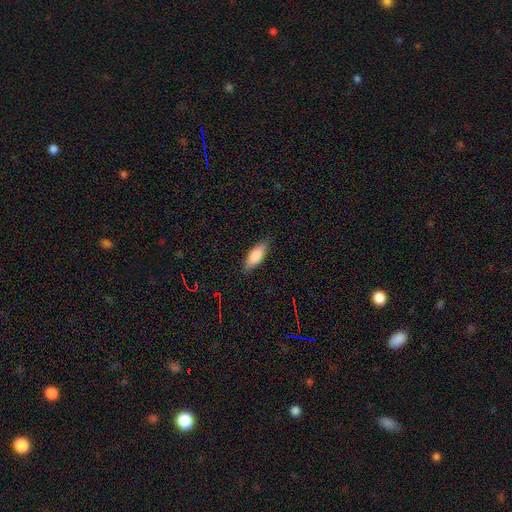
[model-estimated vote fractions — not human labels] Smooth or featured? smooth (80%)
How rounded? in between (65%)
Merging? none (86%)